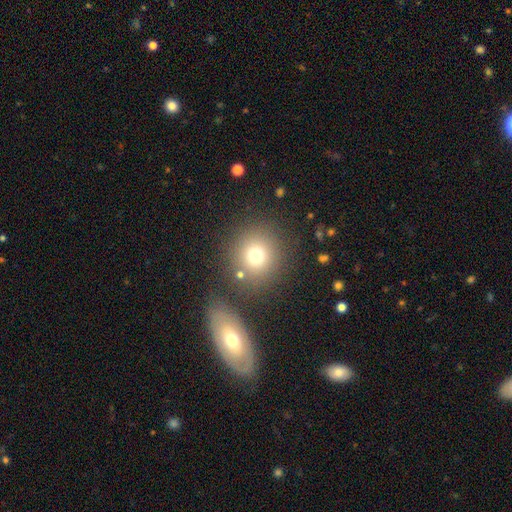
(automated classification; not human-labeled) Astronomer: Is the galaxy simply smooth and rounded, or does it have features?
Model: smooth — 74%.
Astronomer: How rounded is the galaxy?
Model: round — 90%.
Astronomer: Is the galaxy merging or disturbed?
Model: none — 76%.